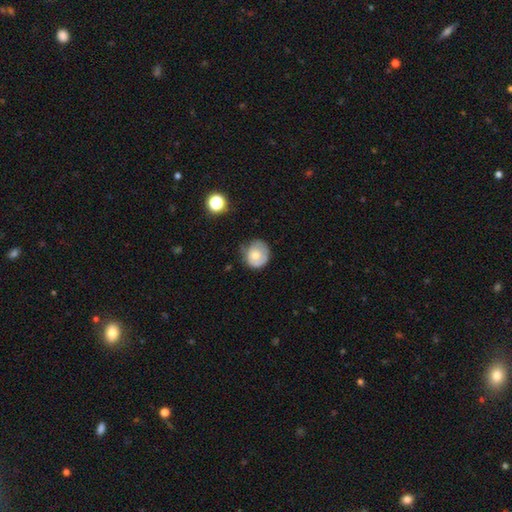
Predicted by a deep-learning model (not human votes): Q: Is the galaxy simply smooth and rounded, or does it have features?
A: smooth — 64%.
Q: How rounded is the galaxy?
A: round — 78%.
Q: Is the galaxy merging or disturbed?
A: none — 55%.